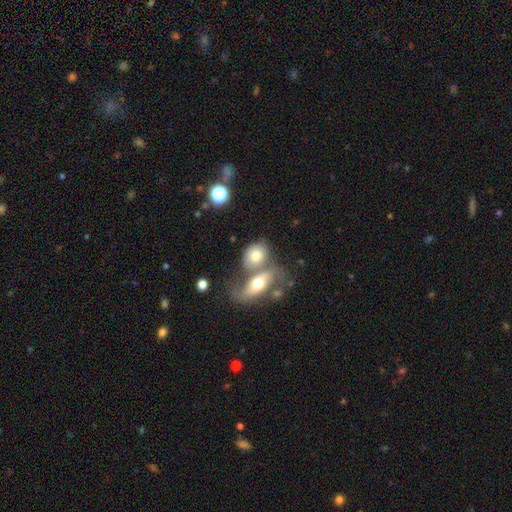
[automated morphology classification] The model was most divided on "merging": merger: 53%, none: 29%, minor disturbance: 11%, major disturbance: 7%. More confident: smooth or featured — smooth (63%); how rounded — in between (63%).